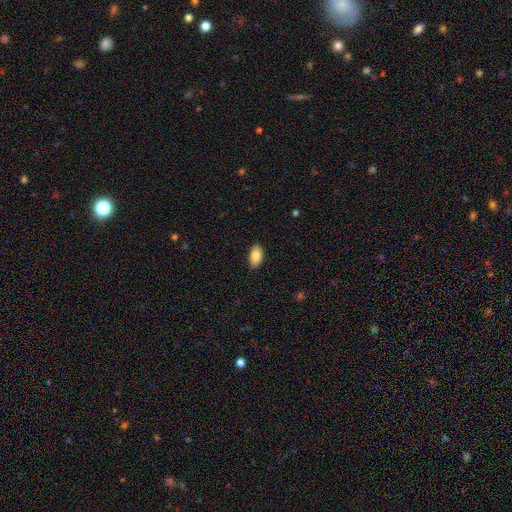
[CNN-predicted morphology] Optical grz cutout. It shows a smooth galaxy with no disk features (84%) that is in between round and cigar-shaped (93%). Merging: none (87%).